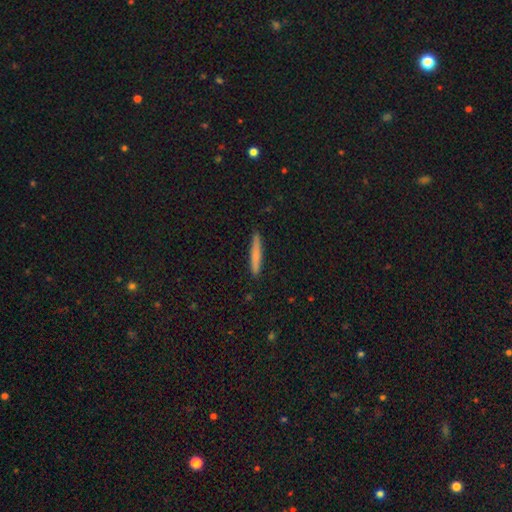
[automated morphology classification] smooth_or_featured: smooth (p=0.75) [alt: featured or disk p=0.19]
how_rounded: cigar-shaped (p=0.96) [alt: in between p=0.03]
merging: none (p=0.90) [alt: minor disturbance p=0.08]